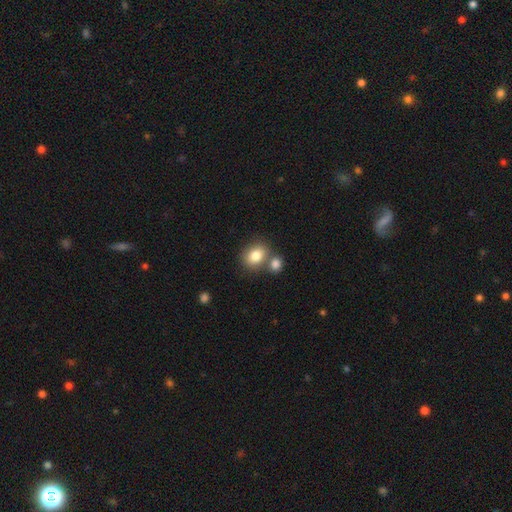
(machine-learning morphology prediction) The model was most divided on "how rounded": round: 53%, in between: 46%, cigar-shaped: 1%. More confident: smooth or featured — smooth (82%); merging — none (54%).